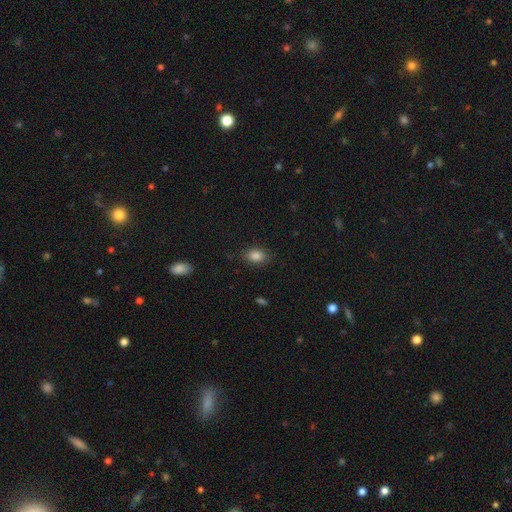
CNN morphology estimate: A smooth galaxy with no disk features (85%) that is in between round and cigar-shaped (82%). Merging: none (83%).